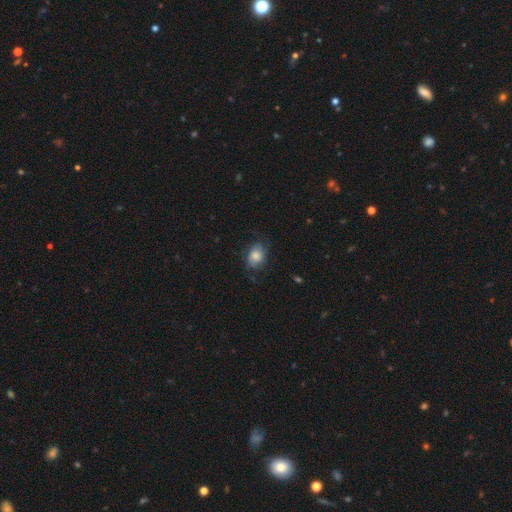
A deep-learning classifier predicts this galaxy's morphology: The model was most divided on "merging": none: 62%, minor disturbance: 25%, major disturbance: 11%, merger: 1%. More confident: how rounded — in between (70%); smooth or featured — smooth (69%).